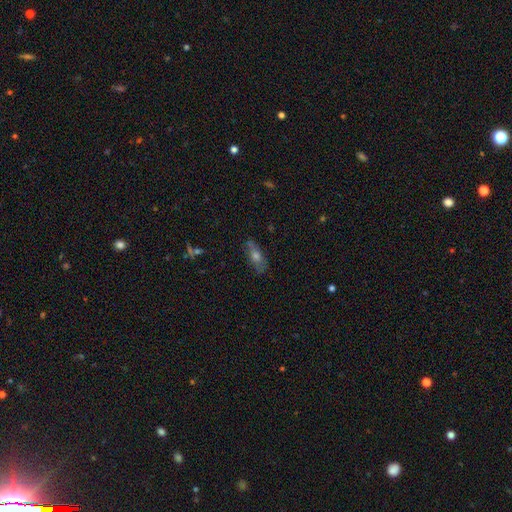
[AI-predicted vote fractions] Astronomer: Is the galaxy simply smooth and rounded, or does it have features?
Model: smooth — 47% (runner-up: featured or disk, 40%).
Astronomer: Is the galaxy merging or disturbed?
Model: none — 77%.